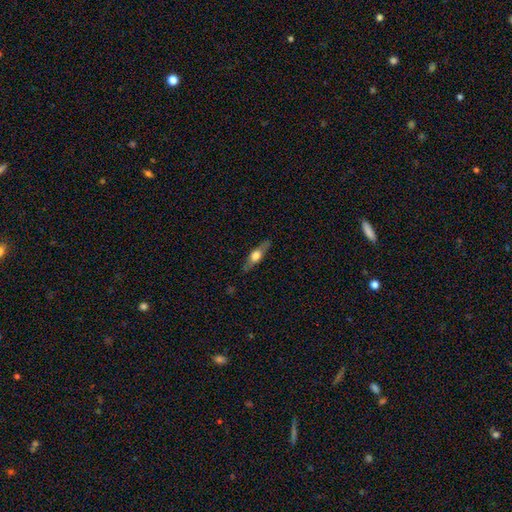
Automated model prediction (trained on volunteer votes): A featured or disk galaxy (50%) viewed edge-on (88%).

Vote fractions:
- Smooth or featured? featured or disk: 50% / smooth: 43% / star or artifact: 6%
- Edge-on disk? yes: 88% / no: 12%
- Merging? none: 83% / minor disturbance: 12% / major disturbance: 3% / merger: 1%